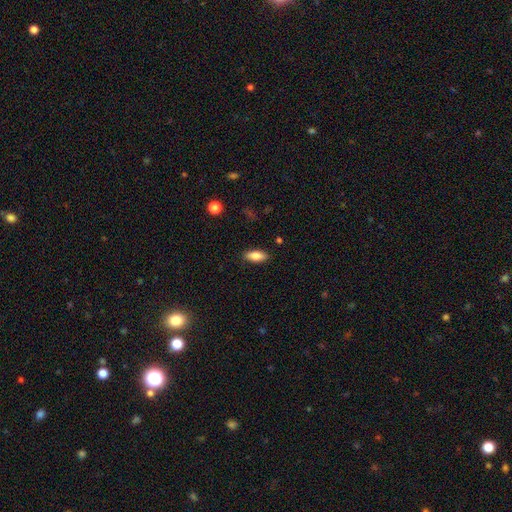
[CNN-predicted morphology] smooth-or-featured: smooth: 81% | featured or disk: 12% | star or artifact: 7%
  how-rounded: in between: 82% | cigar-shaped: 16% | round: 2%
  merging: none: 88% | minor disturbance: 9% | major disturbance: 2% | merger: 1%